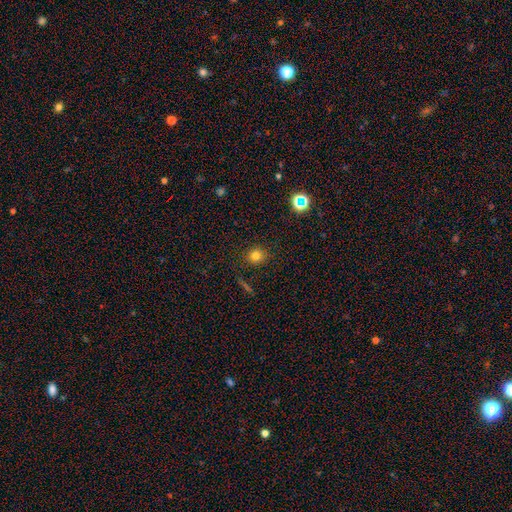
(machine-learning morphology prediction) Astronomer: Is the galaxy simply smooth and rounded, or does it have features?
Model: smooth — 77%.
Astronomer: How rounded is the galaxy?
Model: round — 89%.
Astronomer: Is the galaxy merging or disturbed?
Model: none — 88%.